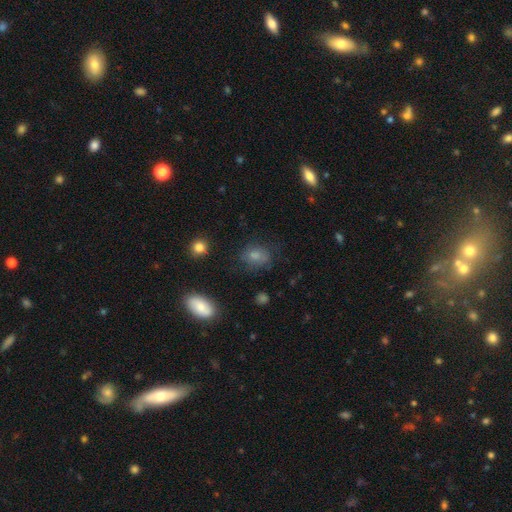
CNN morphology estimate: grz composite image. It shows a smooth galaxy with no disk features (74%) that is in between round and cigar-shaped (57%). Merging: none (63%).